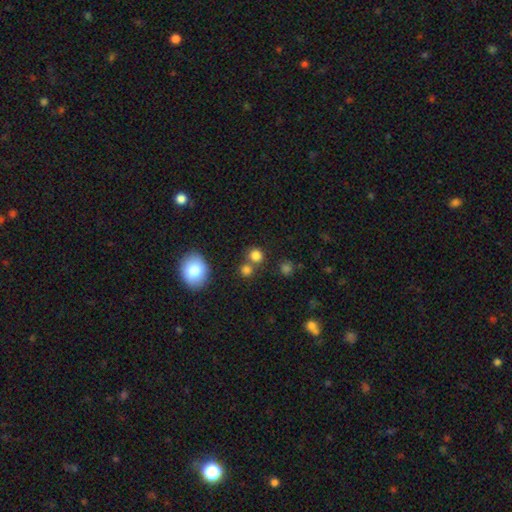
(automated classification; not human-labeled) Overall: smooth (80%). How rounded: round (85%). Merging: none (65%).